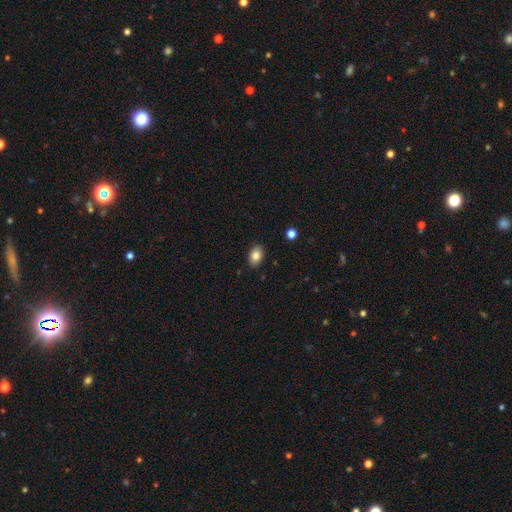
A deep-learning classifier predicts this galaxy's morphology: Overall: smooth (84%). How rounded: in between (80%). Merging: none (88%).